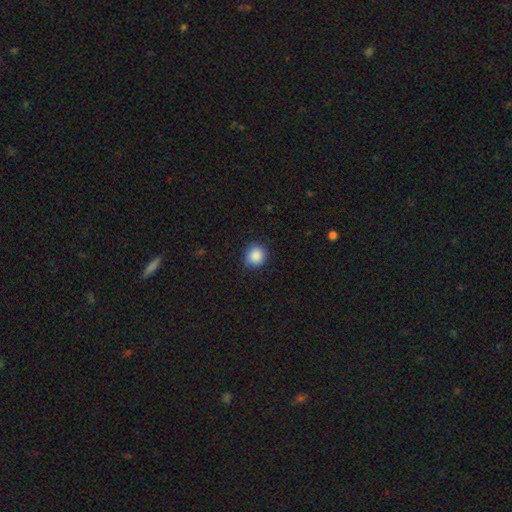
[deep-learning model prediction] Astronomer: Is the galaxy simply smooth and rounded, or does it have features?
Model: smooth — 88%.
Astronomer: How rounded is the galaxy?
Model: round — 88%.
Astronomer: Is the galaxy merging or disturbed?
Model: none — 84%.